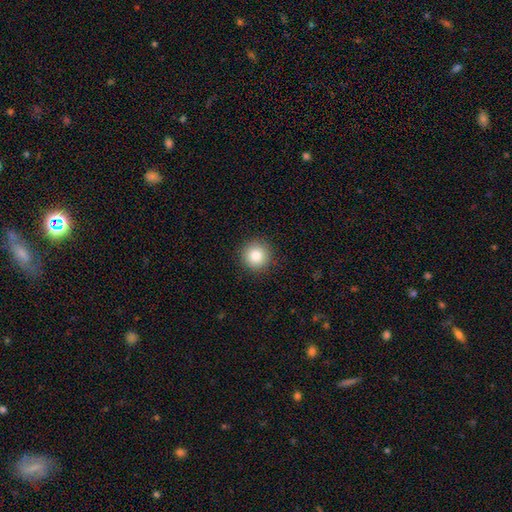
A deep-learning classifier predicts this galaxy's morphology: smooth-or-featured: smooth: 84% | star or artifact: 10% | featured or disk: 7%
  how-rounded: round: 96% | in between: 3% | cigar-shaped: 1%
  merging: none: 92% | minor disturbance: 5% | major disturbance: 2% | merger: 1%